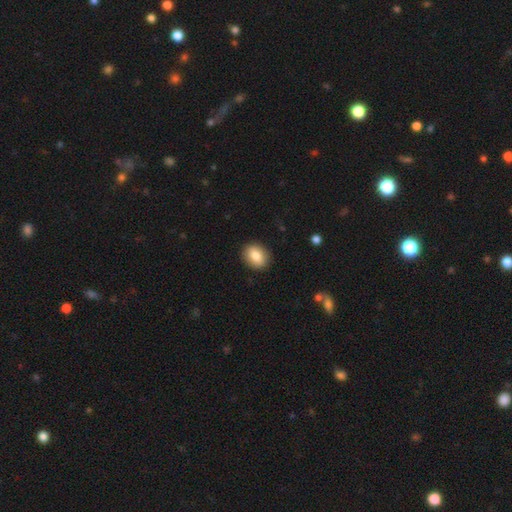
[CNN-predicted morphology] smooth 83%, featured or disk 9%, star or artifact 7%. Down the decision tree: how rounded — in between (56%); merging — none (90%).